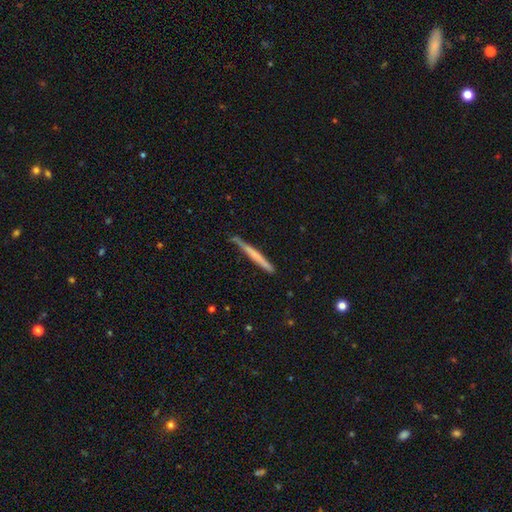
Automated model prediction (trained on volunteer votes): Q: Smooth or featured?
A: smooth (52%); runner-up: featured or disk (43%)
Q: How rounded?
A: cigar-shaped (97%); runner-up: in between (2%)
Q: Merging?
A: none (78%); runner-up: minor disturbance (17%)